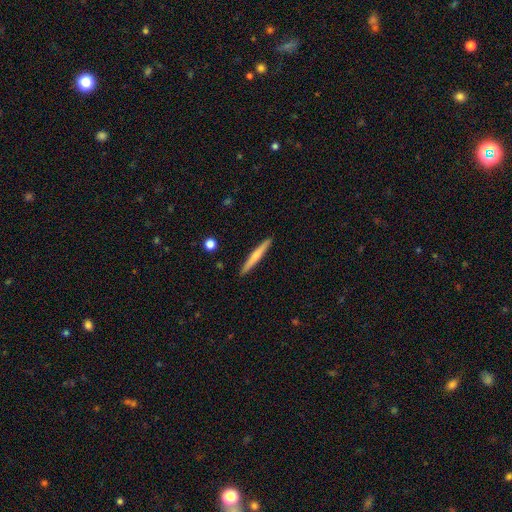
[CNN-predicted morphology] Smooth or featured? Predicted: smooth (p=0.56). How rounded? Predicted: cigar-shaped (p=0.96). Merging? Predicted: none (p=0.91).